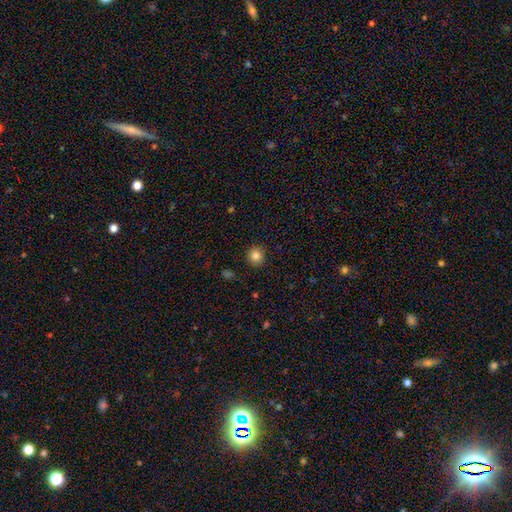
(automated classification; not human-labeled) Smooth or featured: smooth — 84% (star or artifact — 11%)
How rounded: round — 91% (in between — 8%)
Merging: none — 91% (minor disturbance — 6%)